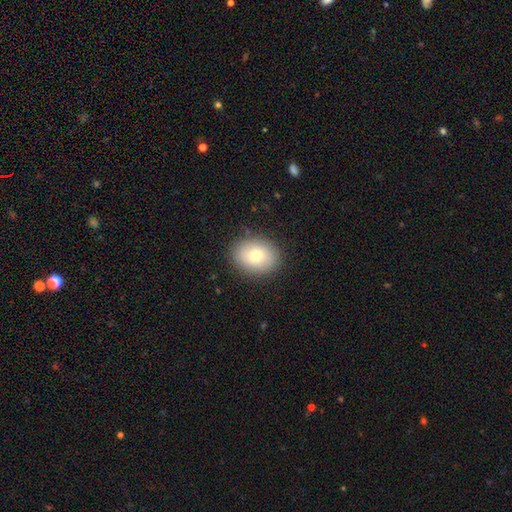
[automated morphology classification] A smooth galaxy with no disk features (76%) that is in between round and cigar-shaped (55%). Merging: none (88%).